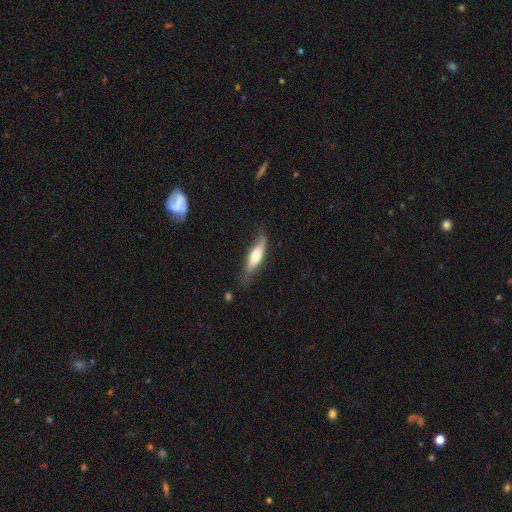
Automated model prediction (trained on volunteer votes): The model was most divided on "smooth or featured": smooth: 54%, featured or disk: 40%, star or artifact: 6%. More confident: merging — none (62%); how rounded — cigar-shaped (58%).